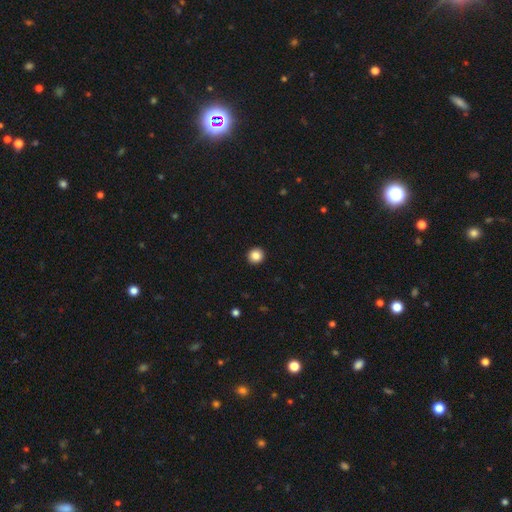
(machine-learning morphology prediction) Smooth or featured? Predicted: smooth (p=0.86). How rounded? Predicted: round (p=0.94). Merging? Predicted: none (p=0.94).